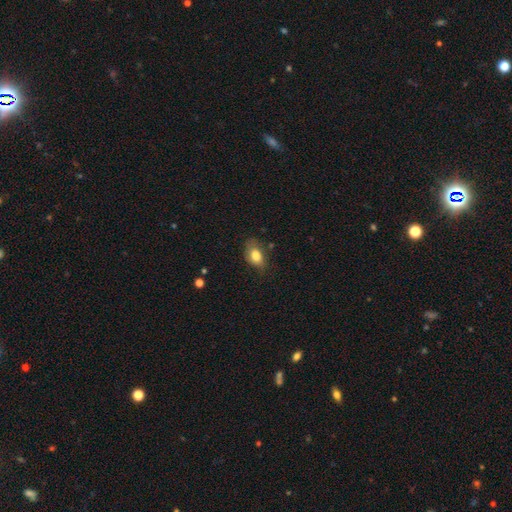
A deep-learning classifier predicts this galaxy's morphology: This appears to be a smooth galaxy with no disk features (80%) that is in between round and cigar-shaped (87%). Merging: none (63%).